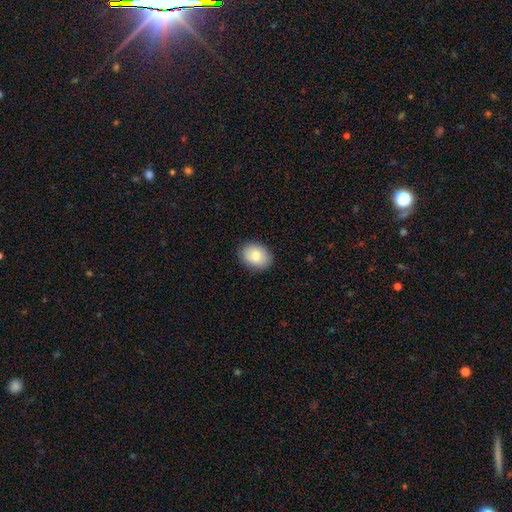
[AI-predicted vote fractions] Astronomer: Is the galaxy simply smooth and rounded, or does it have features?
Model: smooth — 82%.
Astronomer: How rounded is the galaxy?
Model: in between — 68%.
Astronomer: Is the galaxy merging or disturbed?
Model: none — 87%.